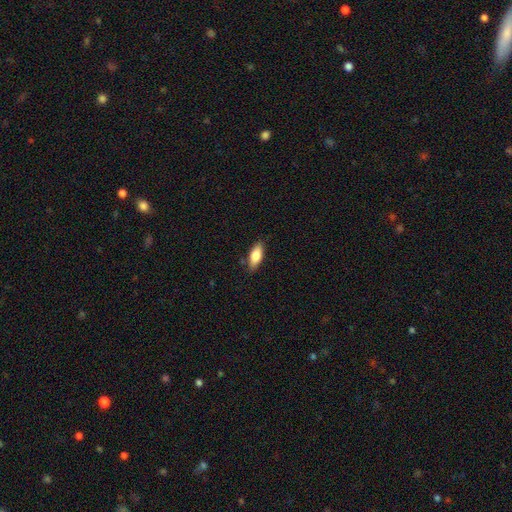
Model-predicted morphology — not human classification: Smooth or featured? smooth (78%)
How rounded? in between (78%)
Merging? none (83%)